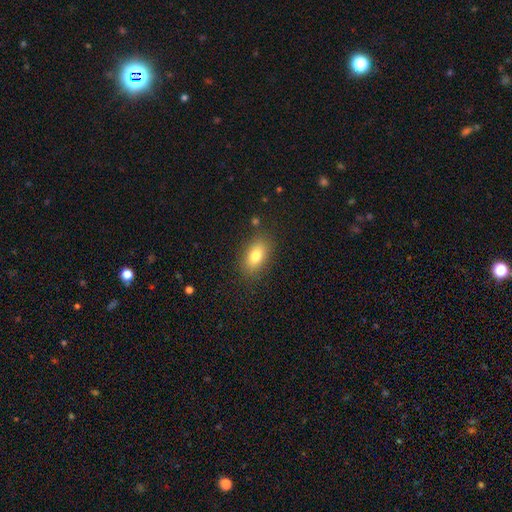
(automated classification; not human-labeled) The model was most divided on "smooth or featured": smooth: 78%, featured or disk: 13%, star or artifact: 9%. More confident: how rounded — in between (85%); merging — none (85%).